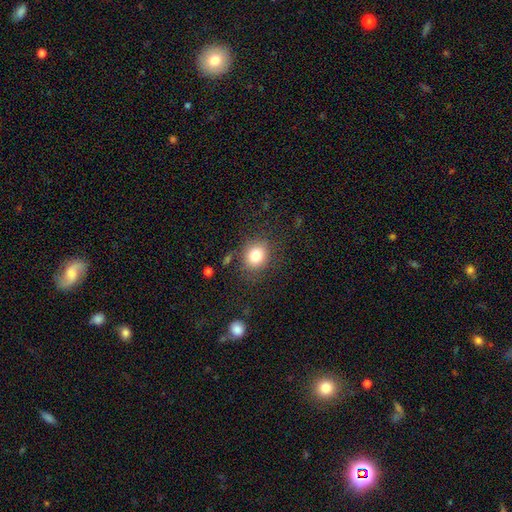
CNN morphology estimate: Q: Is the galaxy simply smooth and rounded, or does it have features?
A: smooth — 81%.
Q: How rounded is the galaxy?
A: round — 68%.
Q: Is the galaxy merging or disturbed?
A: none — 82%.